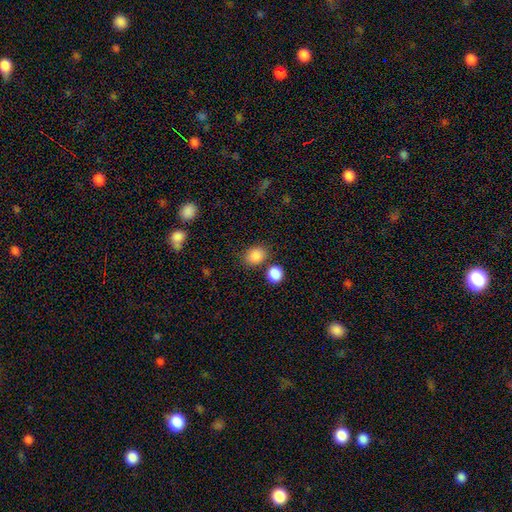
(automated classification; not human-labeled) The model was most divided on "how rounded": in between: 51%, round: 48%, cigar-shaped: 1%. More confident: smooth or featured — smooth (86%); merging — none (73%).